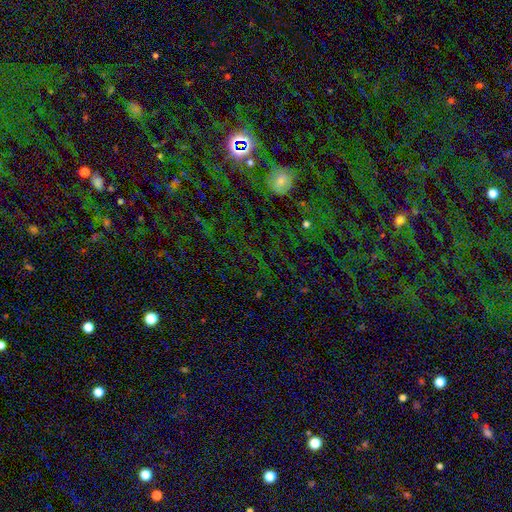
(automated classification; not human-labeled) Smooth or featured: star or artifact — 76% (smooth — 16%)